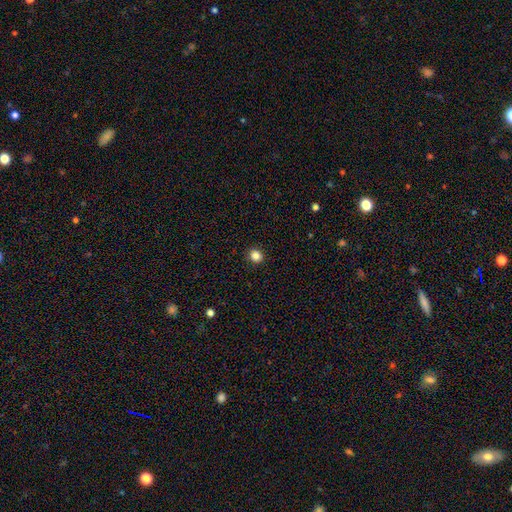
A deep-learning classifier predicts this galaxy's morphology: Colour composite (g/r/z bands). It shows a smooth galaxy with no disk features (84%) that is round (86%). Merging: none (92%).